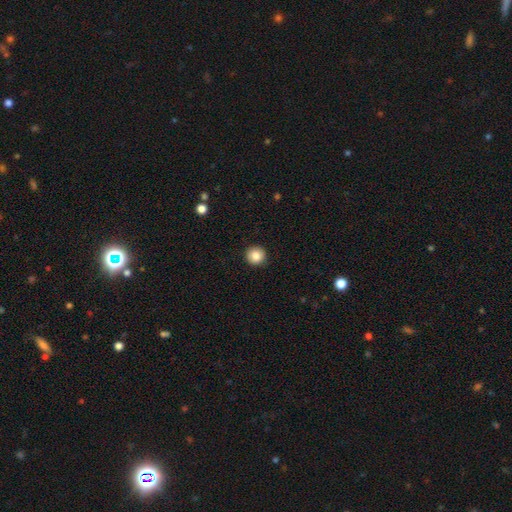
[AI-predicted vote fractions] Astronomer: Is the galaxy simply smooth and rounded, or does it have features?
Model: smooth — 85%.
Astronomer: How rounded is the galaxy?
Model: round — 95%.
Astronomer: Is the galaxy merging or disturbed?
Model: none — 93%.